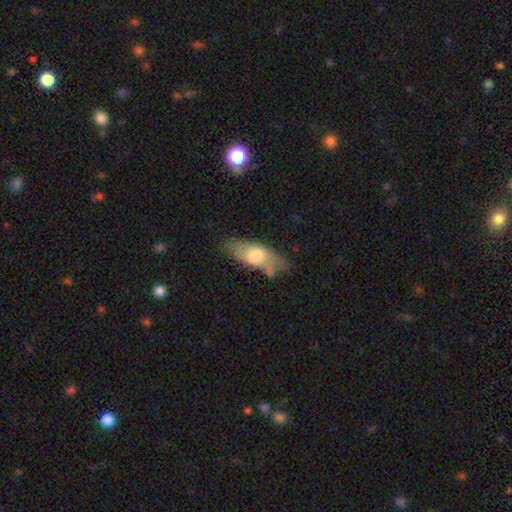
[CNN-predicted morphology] smooth-or-featured: smooth: 63% | featured or disk: 31% | star or artifact: 6%
  how-rounded: in between: 75% | cigar-shaped: 22% | round: 4%
  merging: none: 54% | minor disturbance: 28% | major disturbance: 10% | merger: 8%